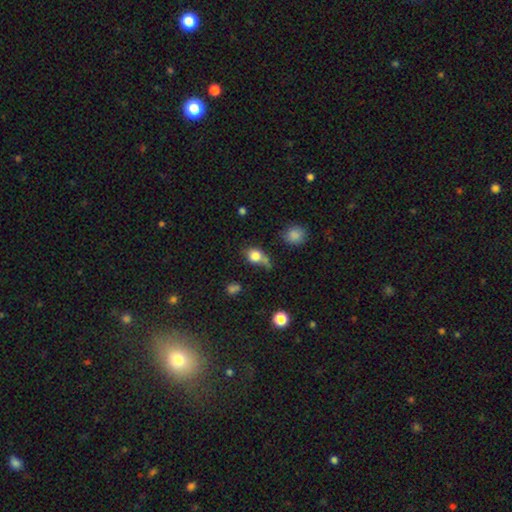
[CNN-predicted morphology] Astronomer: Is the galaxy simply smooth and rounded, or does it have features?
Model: smooth — 80%.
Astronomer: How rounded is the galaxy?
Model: round — 53% (runner-up: in between, 44%).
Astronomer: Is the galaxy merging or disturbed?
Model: none — 42% (runner-up: minor disturbance, 25%).